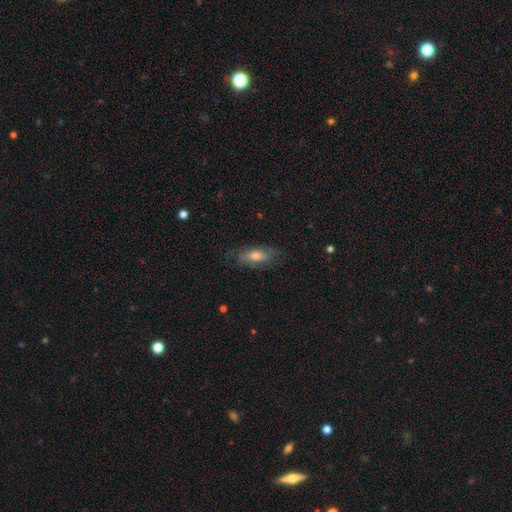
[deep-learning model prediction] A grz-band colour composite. It shows a smooth galaxy with no disk features (50%) that is in between round and cigar-shaped (73%). Merging: none (75%).